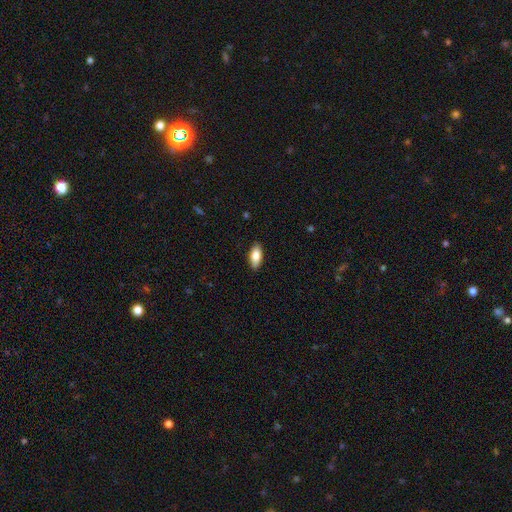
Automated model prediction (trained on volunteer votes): The model was most divided on "smooth or featured": smooth: 81%, featured or disk: 13%, star or artifact: 6%. More confident: merging — none (89%); how rounded — in between (87%).